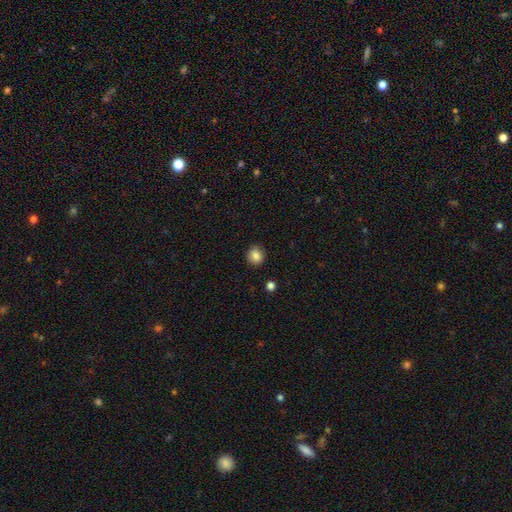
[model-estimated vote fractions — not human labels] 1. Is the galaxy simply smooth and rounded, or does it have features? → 84% smooth, 10% star or artifact, 6% featured or disk.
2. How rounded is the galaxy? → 86% round, 13% in between, 1% cigar-shaped.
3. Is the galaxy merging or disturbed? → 88% none, 8% minor disturbance, 2% major disturbance, 1% merger.